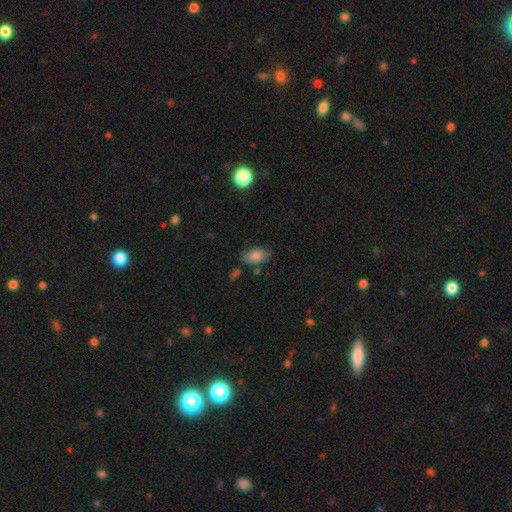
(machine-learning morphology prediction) smooth 82%, featured or disk 9%, star or artifact 9%. Down the decision tree: how rounded — in between (90%); merging — none (70%).